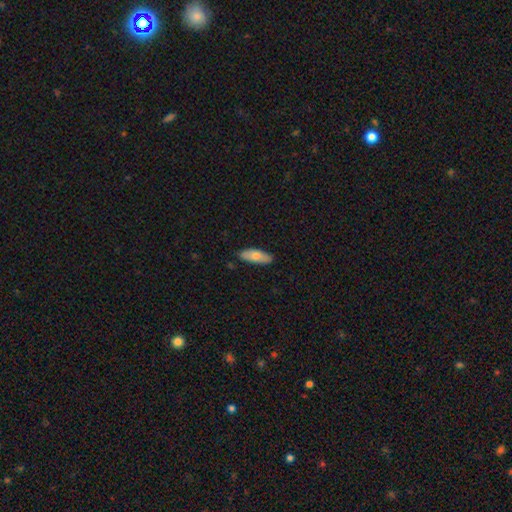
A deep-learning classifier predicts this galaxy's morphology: A smooth galaxy with no disk features (69%) that is in between round and cigar-shaped (74%). Merging: none (85%).